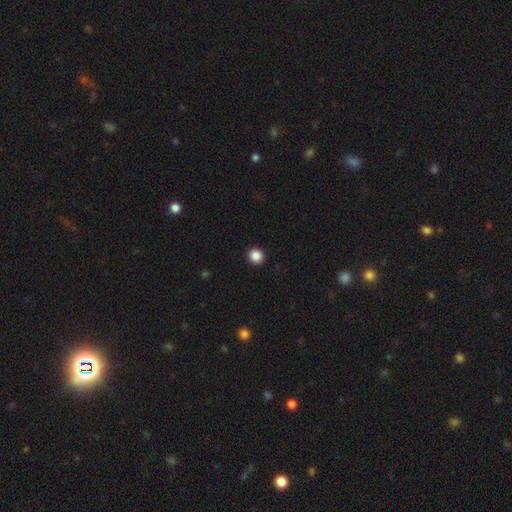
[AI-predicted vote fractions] smooth_or_featured: smooth (p=0.87) [alt: star or artifact p=0.10]
how_rounded: round (p=0.91) [alt: in between p=0.08]
merging: none (p=0.93) [alt: minor disturbance p=0.04]